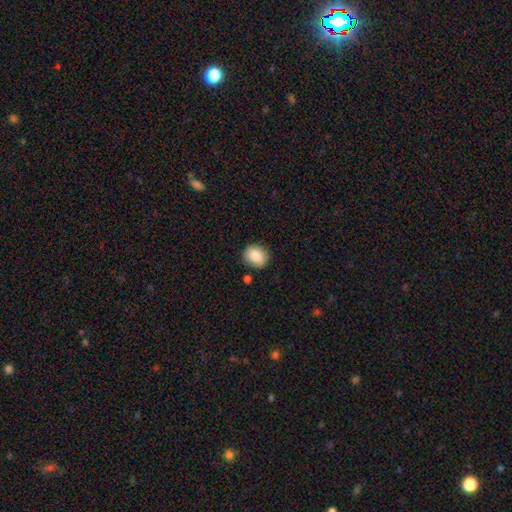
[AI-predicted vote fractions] This appears to be a smooth galaxy with no disk features (87%) that is round (65%). Merging: none (81%).